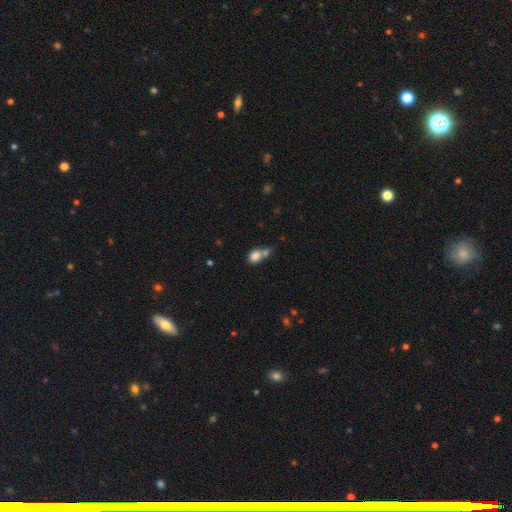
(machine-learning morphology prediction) Smooth or featured?
  - smooth: 81% *
  - star or artifact: 10%
  - featured or disk: 9%
How rounded?
  - round: 51% *
  - in between: 48%
  - cigar-shaped: 2%
Merging?
  - merger: 51% *
  - none: 33%
  - minor disturbance: 10%
  - major disturbance: 6%